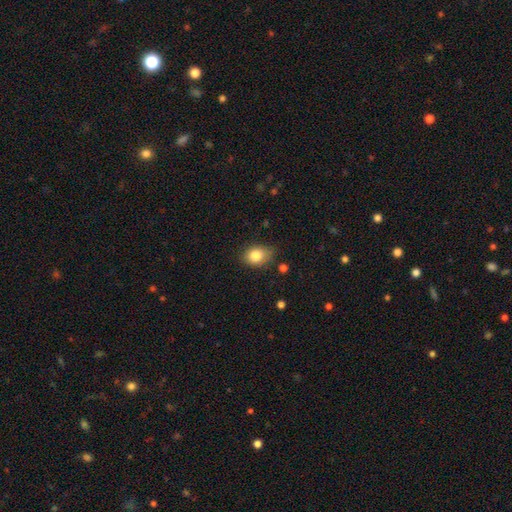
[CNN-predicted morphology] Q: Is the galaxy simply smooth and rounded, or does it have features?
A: smooth — 82%.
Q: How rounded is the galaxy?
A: in between — 65%.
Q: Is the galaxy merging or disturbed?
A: none — 73%.